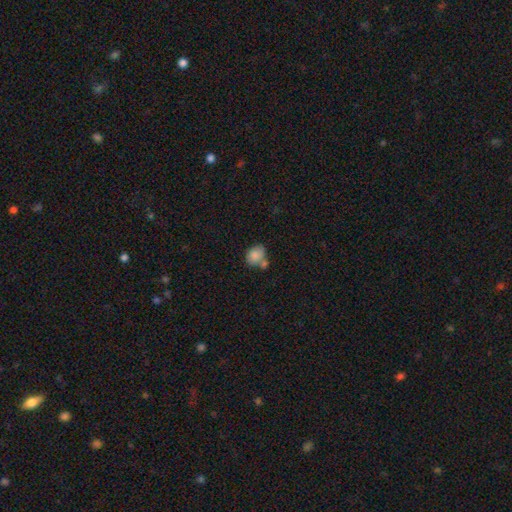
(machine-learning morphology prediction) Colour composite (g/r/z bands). It shows a smooth galaxy with no disk features (83%) that is in between round and cigar-shaped (54%). Merging: none (40%).